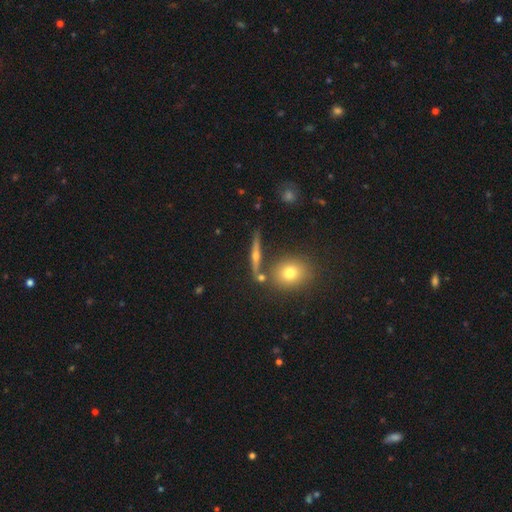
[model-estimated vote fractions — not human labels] A featured or disk galaxy (64%) viewed edge-on (92%) with a rounded central bulge (88%).

Vote fractions:
- Smooth or featured? featured or disk: 64% / smooth: 23% / star or artifact: 13%
- Edge-on disk? yes: 92% / no: 8%
- Edge-on bulge? rounded: 88% / none: 7% / boxy: 4%
- Merging? none: 80% / minor disturbance: 9% / merger: 7% / major disturbance: 3%